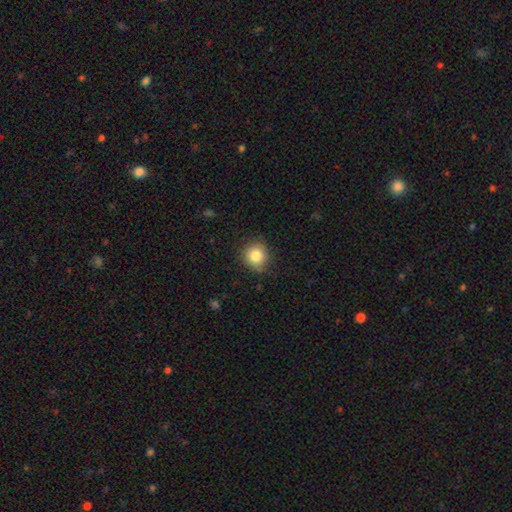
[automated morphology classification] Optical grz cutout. It shows a smooth galaxy with no disk features (84%) that is round (90%). Merging: none (86%).